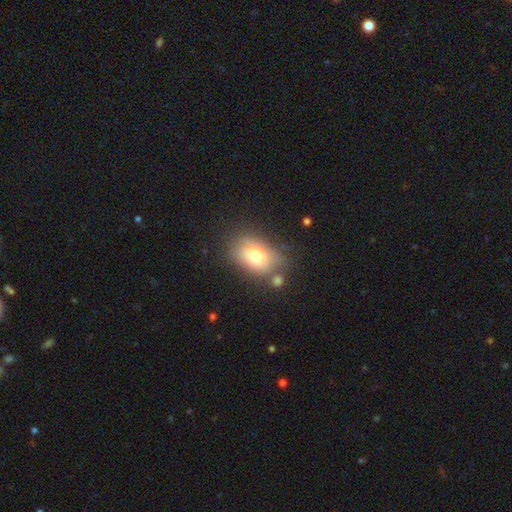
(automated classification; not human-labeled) Overall: smooth (73%). How rounded: in between (84%). Merging: none (60%; minor disturbance 21%).